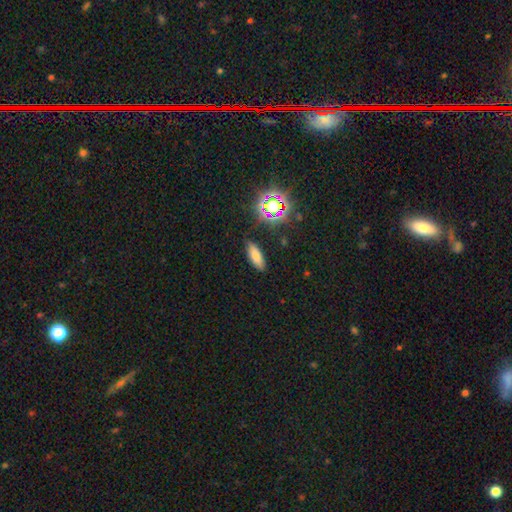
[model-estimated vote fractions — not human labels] This appears to be a smooth galaxy with no disk features (73%) that is in between round and cigar-shaped (69%). Merging: none (84%).